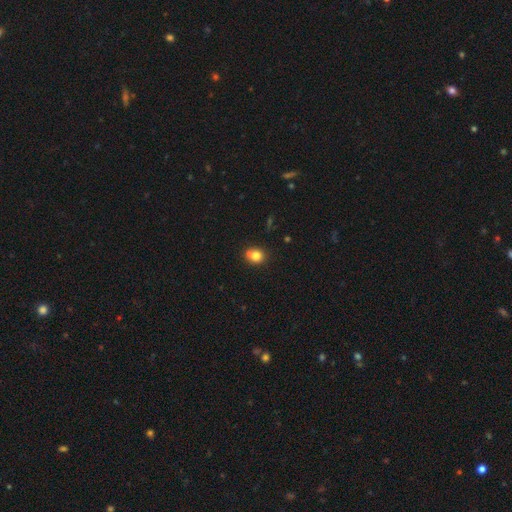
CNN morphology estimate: Smooth or featured? smooth (79%)
How rounded? round (67%)
Merging? none (66%)